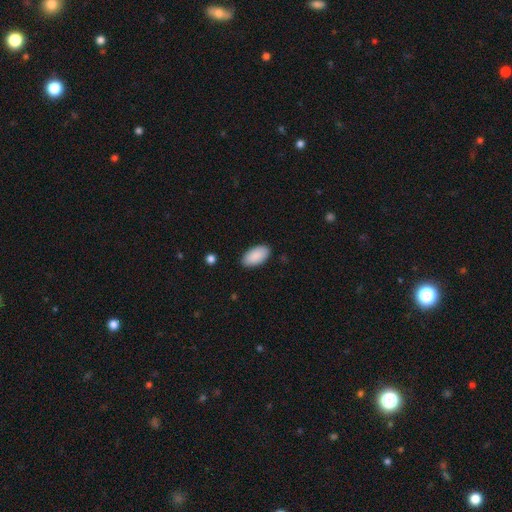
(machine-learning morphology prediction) type=smooth (91%); roundness=in between (96%); merging=none (88%).